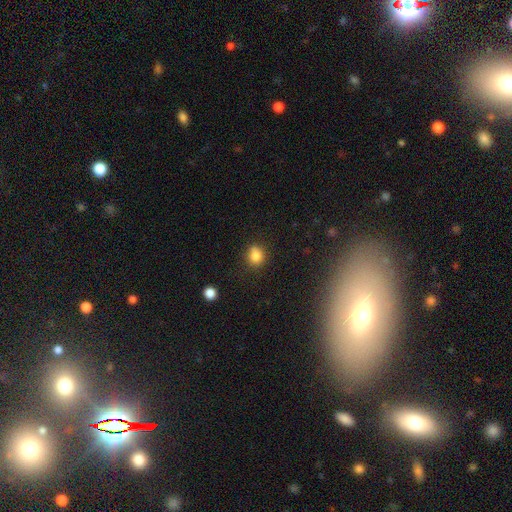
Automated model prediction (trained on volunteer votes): A smooth galaxy with no disk features (83%) that is round (73%).

Vote fractions:
- Smooth or featured? smooth: 83% / star or artifact: 11% / featured or disk: 6%
- How rounded? round: 73% / in between: 26% / cigar-shaped: 1%
- Merging? none: 69% / minor disturbance: 18% / merger: 8% / major disturbance: 4%